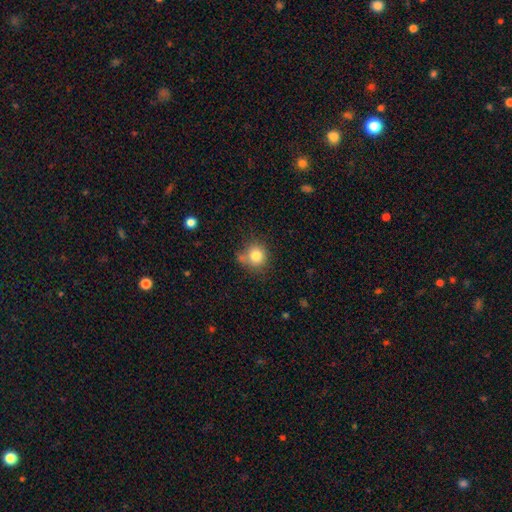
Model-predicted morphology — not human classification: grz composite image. It shows a smooth galaxy with no disk features (80%) that is round (86%). Merging: none (63%).